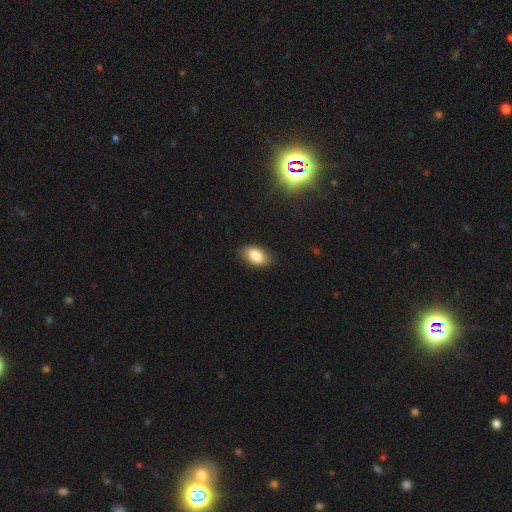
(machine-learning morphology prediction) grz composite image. It shows a smooth galaxy with no disk features (84%) that is in between round and cigar-shaped (92%). Merging: none (83%).